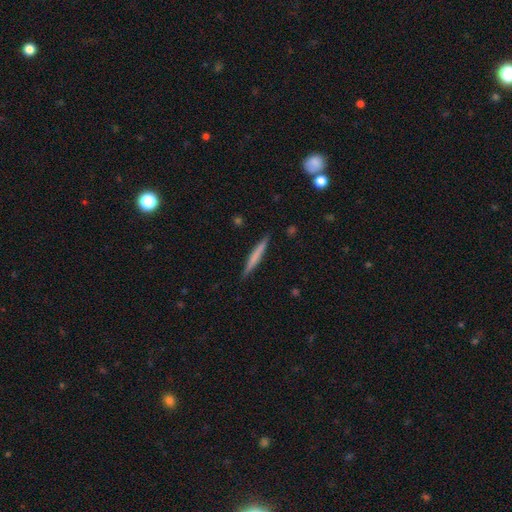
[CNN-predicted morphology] Smooth or featured? Predicted: smooth (p=0.59). How rounded? Predicted: cigar-shaped (p=0.96). Merging? Predicted: none (p=0.89).